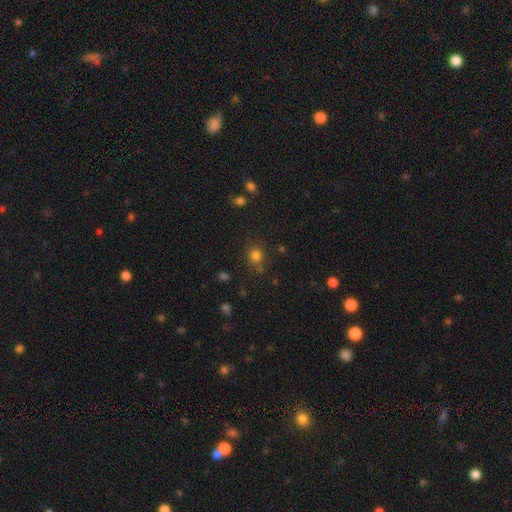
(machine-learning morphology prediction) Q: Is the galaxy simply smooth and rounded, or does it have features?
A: smooth — 77%.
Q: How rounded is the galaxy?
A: round — 80%.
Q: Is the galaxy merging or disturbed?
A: none — 77%.